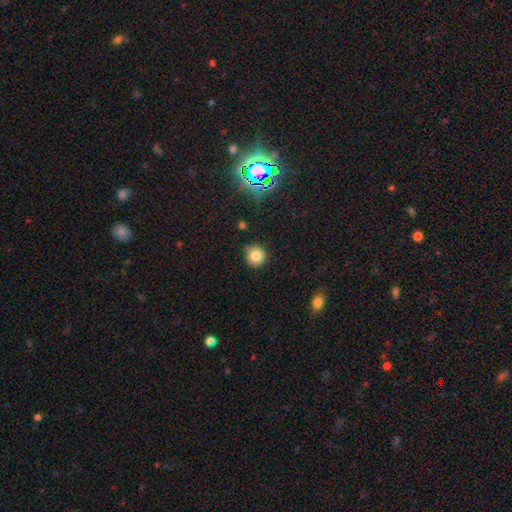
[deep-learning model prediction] Smooth or featured? smooth (79%)
How rounded? round (94%)
Merging? none (86%)